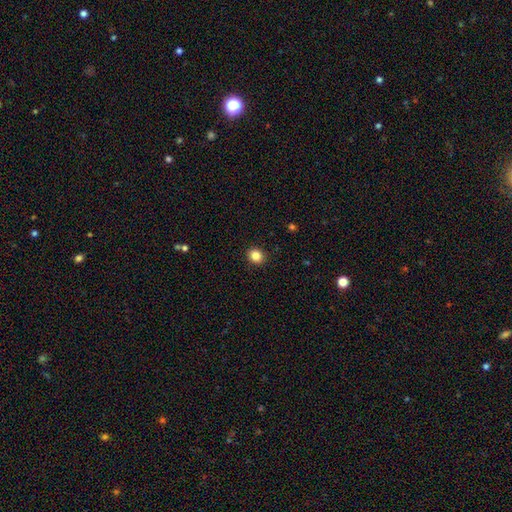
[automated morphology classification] A smooth galaxy with no disk features (84%) that is round (79%). Merging: none (92%).